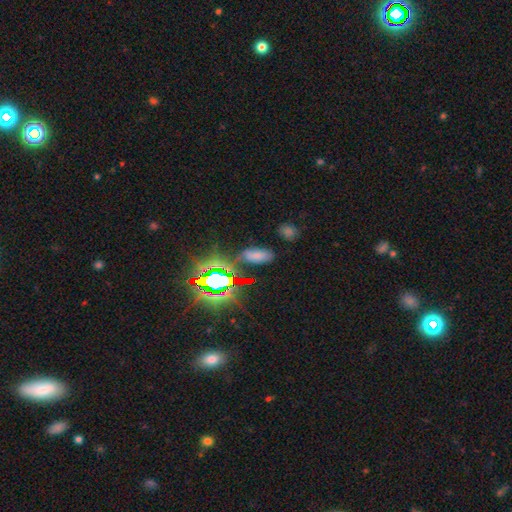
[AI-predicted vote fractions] This is possibly a smooth galaxy (56%). How rounded: clearly in between (85%). Merging: likely none (69%).